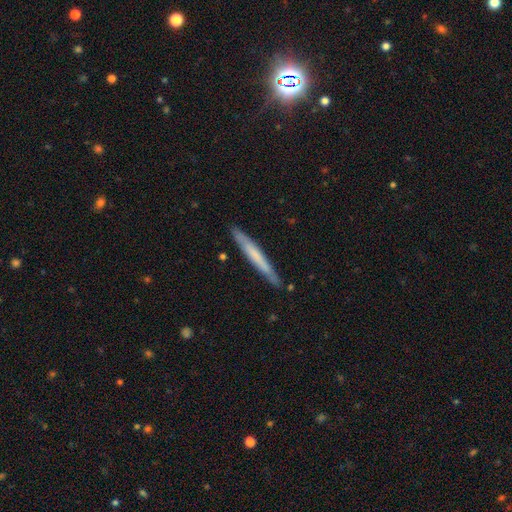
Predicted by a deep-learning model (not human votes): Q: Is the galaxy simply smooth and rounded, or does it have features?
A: smooth — 56%.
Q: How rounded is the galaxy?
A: cigar-shaped — 97%.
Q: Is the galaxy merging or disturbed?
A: none — 87%.